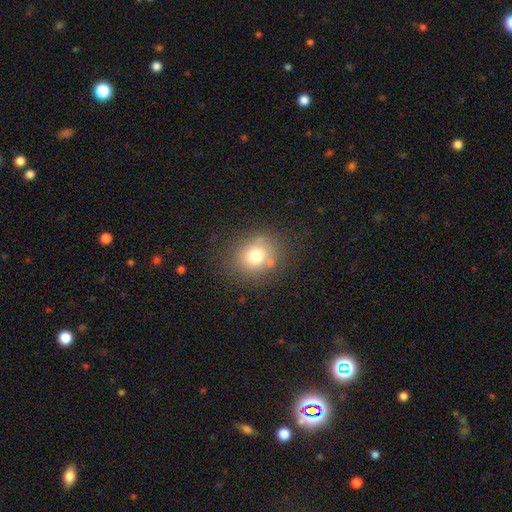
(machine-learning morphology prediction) This appears to be a smooth galaxy with no disk features (73%) that is round (70%). Merging: none (75%).